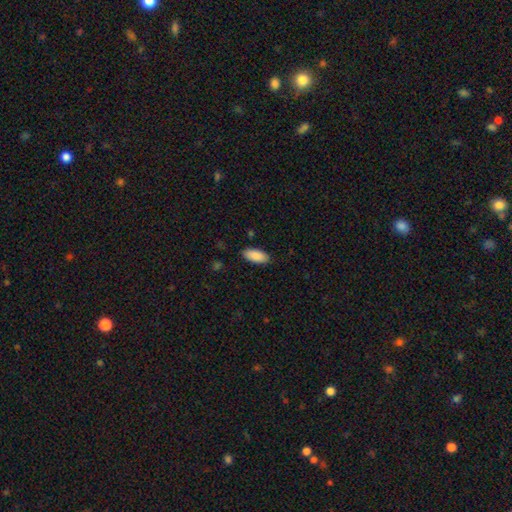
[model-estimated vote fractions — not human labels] Smooth or featured: smooth — 89% (star or artifact — 6%)
How rounded: in between — 89% (cigar-shaped — 9%)
Merging: none — 87% (minor disturbance — 10%)